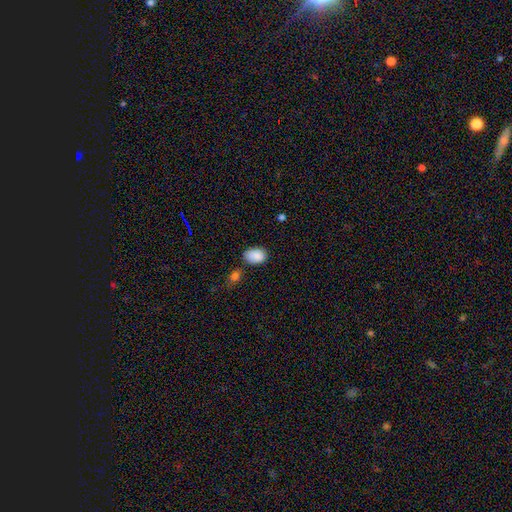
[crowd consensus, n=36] Volunteers were most divided on "merging": none: 71%, minor disturbance: 20%, merger: 9%, major disturbance: 0%. More confident: smooth or featured — smooth (94%); how rounded — in between (76%).